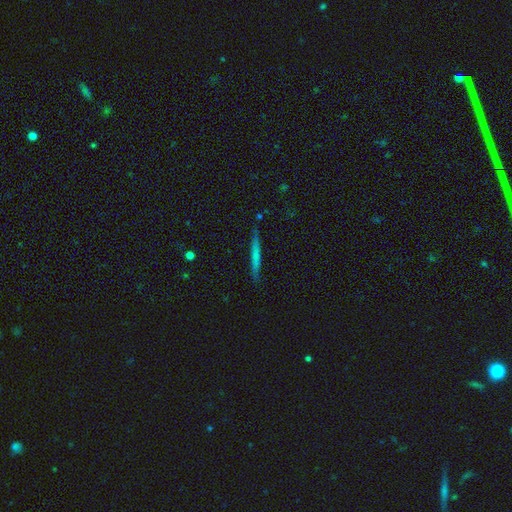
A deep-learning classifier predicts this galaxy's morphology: Smooth or featured? Predicted: smooth (p=0.58). How rounded? Predicted: cigar-shaped (p=0.96). Merging? Predicted: none (p=0.87).